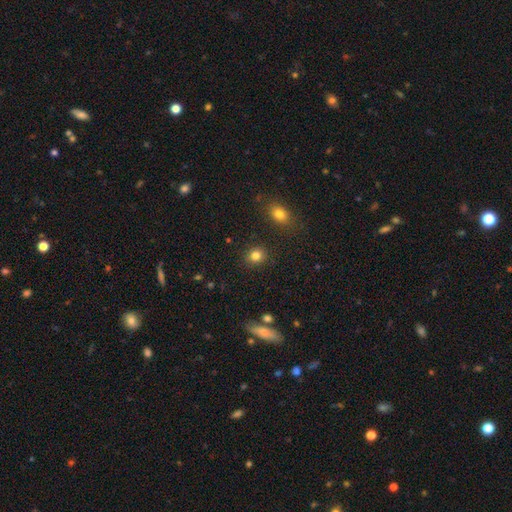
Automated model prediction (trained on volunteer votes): A smooth galaxy with no disk features (83%) that is round (75%). Merging: none (89%).